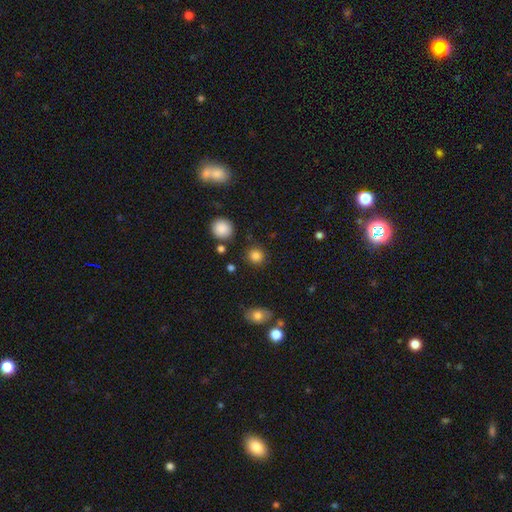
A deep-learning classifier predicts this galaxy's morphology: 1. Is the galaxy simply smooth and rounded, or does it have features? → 84% smooth, 11% star or artifact, 4% featured or disk.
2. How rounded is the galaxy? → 89% round, 10% in between, 1% cigar-shaped.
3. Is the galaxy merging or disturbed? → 86% none, 8% minor disturbance, 3% merger, 3% major disturbance.